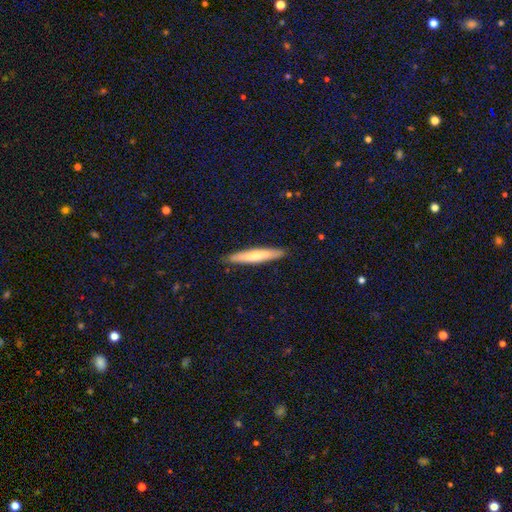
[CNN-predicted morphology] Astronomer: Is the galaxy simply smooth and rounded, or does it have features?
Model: smooth — 56% (runner-up: featured or disk, 38%).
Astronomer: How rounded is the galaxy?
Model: cigar-shaped — 93%.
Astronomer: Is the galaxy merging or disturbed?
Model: none — 89%.